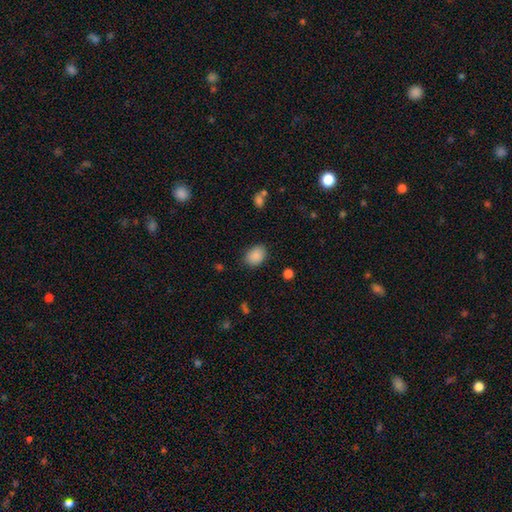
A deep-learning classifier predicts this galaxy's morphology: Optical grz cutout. It shows a smooth galaxy with no disk features (88%) that is in between round and cigar-shaped (74%). Merging: none (83%).